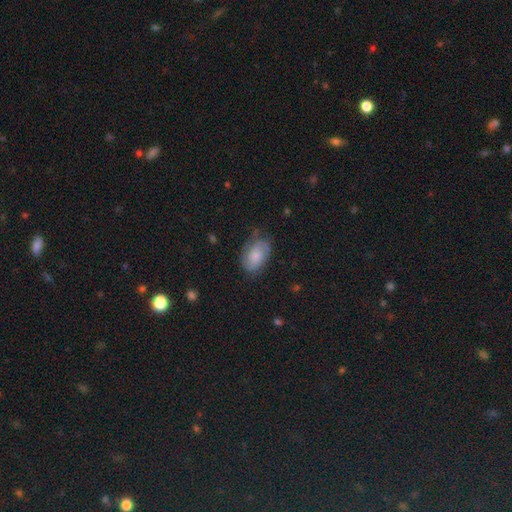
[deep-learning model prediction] A smooth galaxy with no disk features (49%).

Vote fractions:
- Smooth or featured? smooth: 49% / featured or disk: 44% / star or artifact: 8%
- Merging? none: 63% / minor disturbance: 26% / major disturbance: 9% / merger: 1%